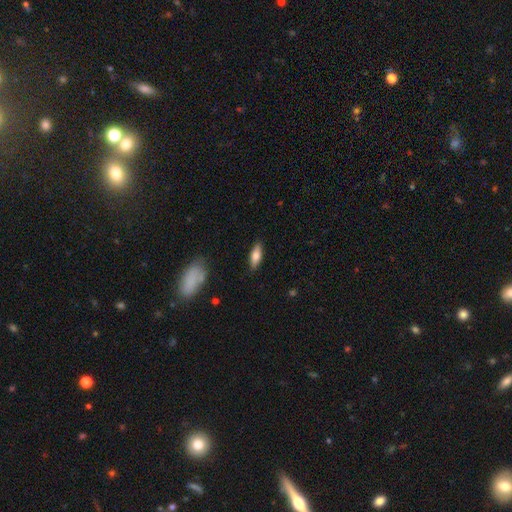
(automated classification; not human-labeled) This appears to be a smooth galaxy with no disk features (72%) that is in between round and cigar-shaped (67%). Merging: none (86%).